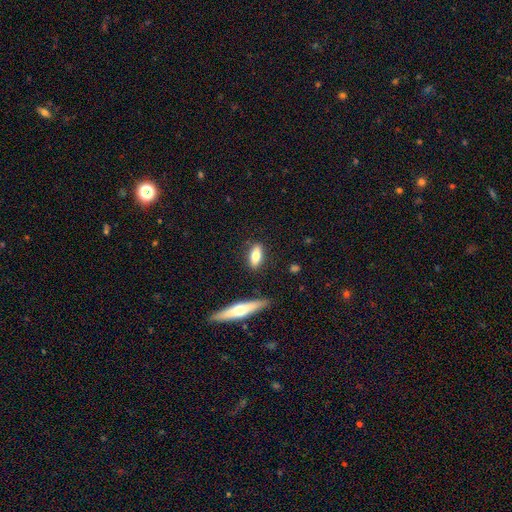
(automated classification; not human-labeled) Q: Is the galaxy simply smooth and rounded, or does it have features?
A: smooth — 69%.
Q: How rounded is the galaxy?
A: in between — 65%.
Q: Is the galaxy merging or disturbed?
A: none — 85%.